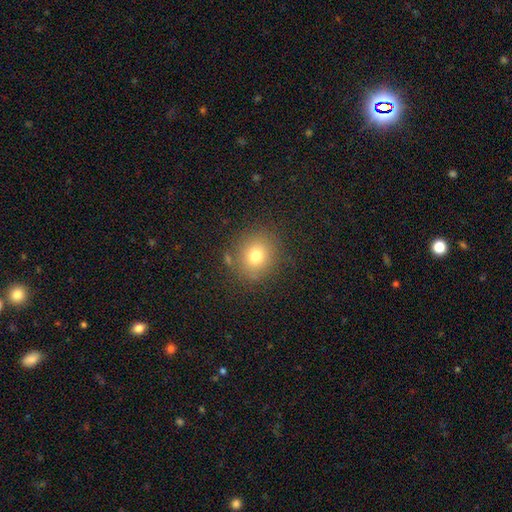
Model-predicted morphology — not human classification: Overall: smooth (75%). How rounded: round (83%). Merging: none (83%).